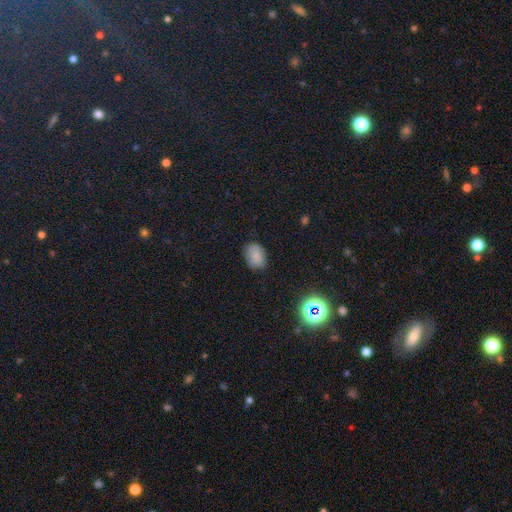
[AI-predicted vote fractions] smooth_or_featured: smooth (p=0.80) [alt: star or artifact p=0.12]
how_rounded: in between (p=0.76) [alt: round p=0.23]
merging: none (p=0.73) [alt: minor disturbance p=0.21]